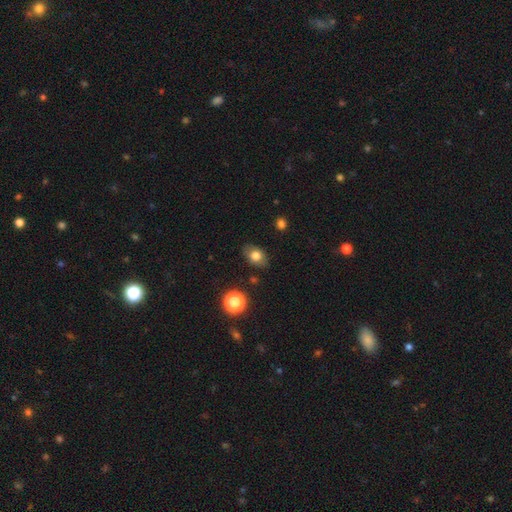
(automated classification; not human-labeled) A smooth galaxy with no disk features (75%) that is in between round and cigar-shaped (77%). Merging: none (81%).